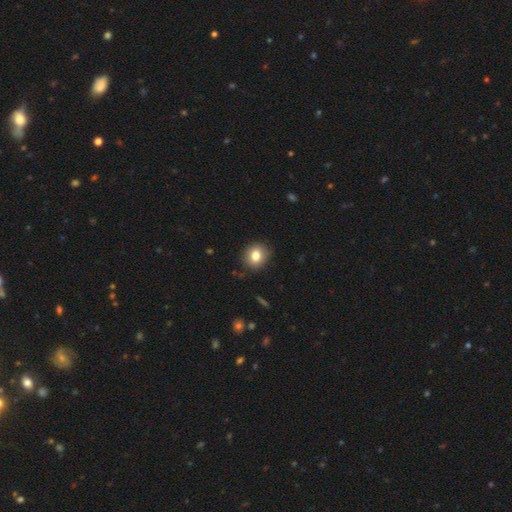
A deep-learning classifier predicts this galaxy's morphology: A smooth galaxy with no disk features (81%) that is round (72%). Merging: none (86%).